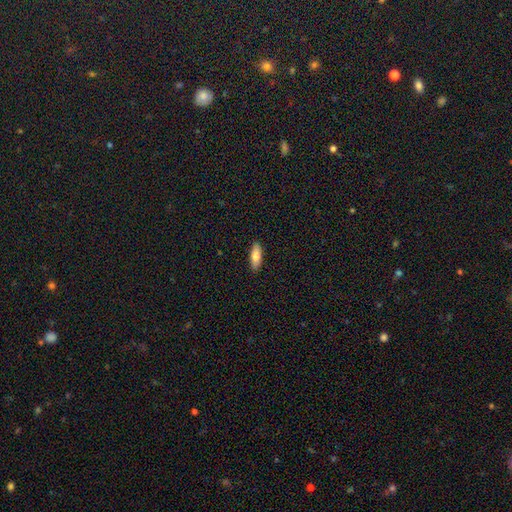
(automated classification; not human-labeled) smooth-or-featured: smooth: 73% | featured or disk: 21% | star or artifact: 6%
  how-rounded: in between: 65% | cigar-shaped: 32% | round: 2%
  merging: none: 90% | minor disturbance: 7% | major disturbance: 2% | merger: 1%